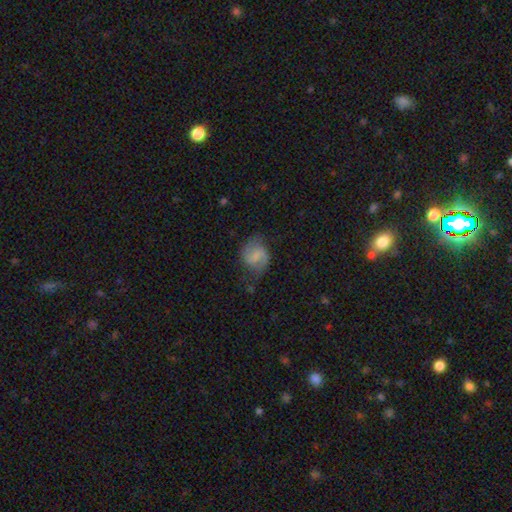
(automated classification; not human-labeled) Smooth or featured? Predicted: featured or disk (p=0.64). Edge-on disk? Predicted: no (p=0.98). Bar? Predicted: weak (p=0.54). Spiral arms? Predicted: yes (p=0.92). Spiral winding? Predicted: medium (p=0.47). Spiral arm count? Predicted: 2 (p=0.87). Bulge size? Predicted: none (p=0.38). Merging? Predicted: none (p=0.62).